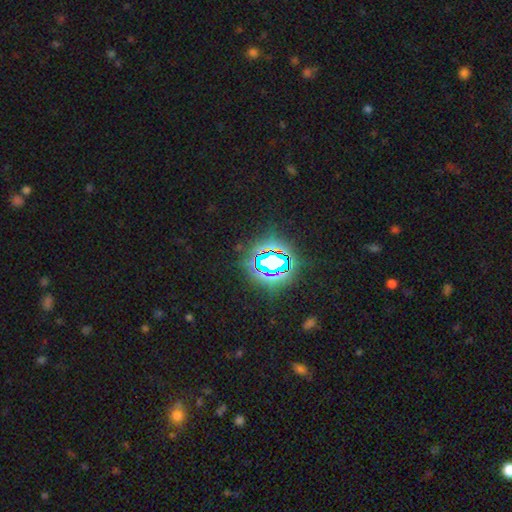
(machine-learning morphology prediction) A star or artifact, not a galaxy (82%).

Vote fractions:
- Smooth or featured? star or artifact: 82% / smooth: 12% / featured or disk: 7%